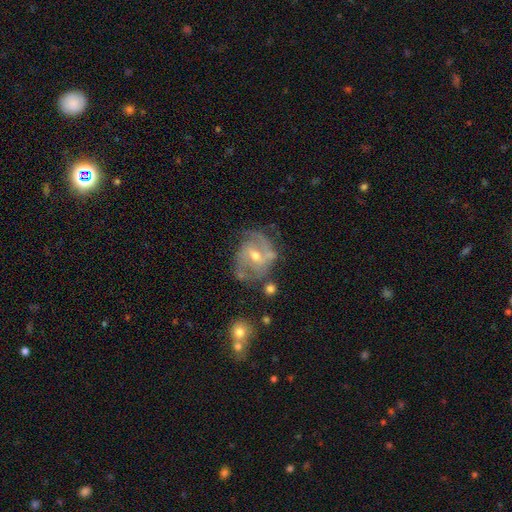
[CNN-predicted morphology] Smooth or featured? Predicted: featured or disk (p=0.82). Edge-on disk? Predicted: no (p=0.97). Bar? Predicted: weak (p=0.49). Spiral arms? Predicted: yes (p=0.90). Spiral winding? Predicted: medium (p=0.47). Spiral arm count? Predicted: 2 (p=0.61). Bulge size? Predicted: moderate (p=0.57). Merging? Predicted: none (p=0.58).